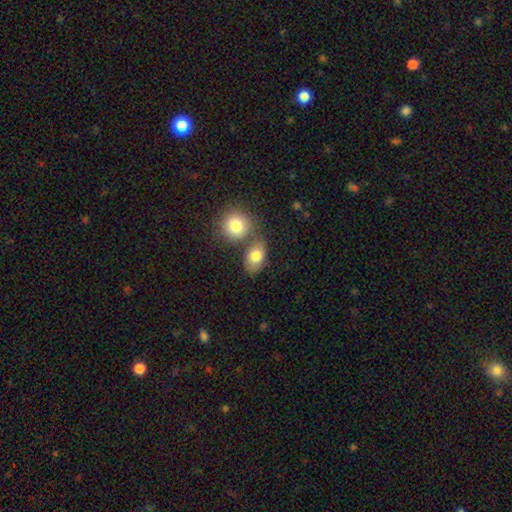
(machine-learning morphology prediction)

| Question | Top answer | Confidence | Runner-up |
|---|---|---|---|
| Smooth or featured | smooth | 80% | featured or disk (12%) |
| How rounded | in between | 74% | round (24%) |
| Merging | none | 51% | merger (32%) |